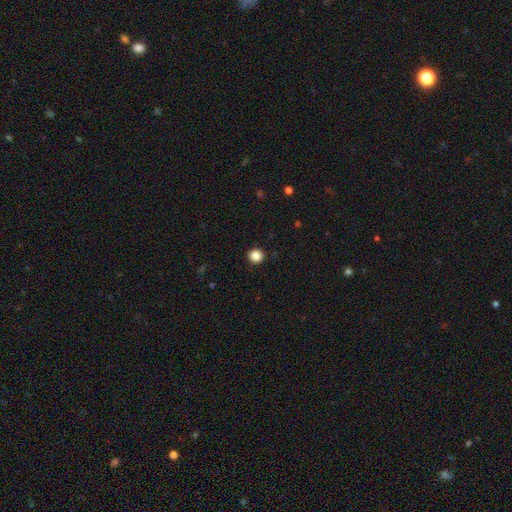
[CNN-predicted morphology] smooth 86%, star or artifact 10%, featured or disk 3%. Down the decision tree: how rounded — round (93%); merging — none (93%).